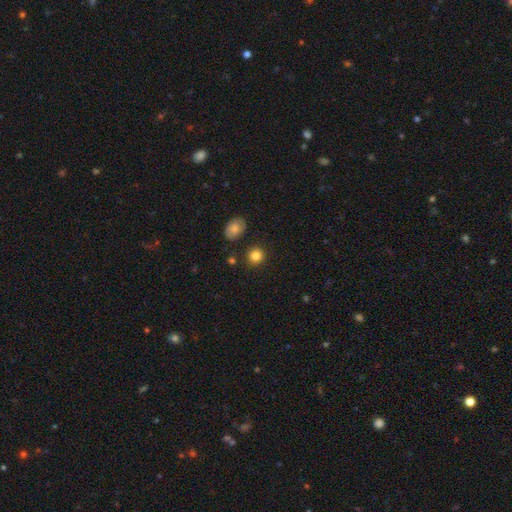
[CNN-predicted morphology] This is clearly a smooth galaxy (85%). How rounded: clearly round (86%). Merging: clearly none (88%).